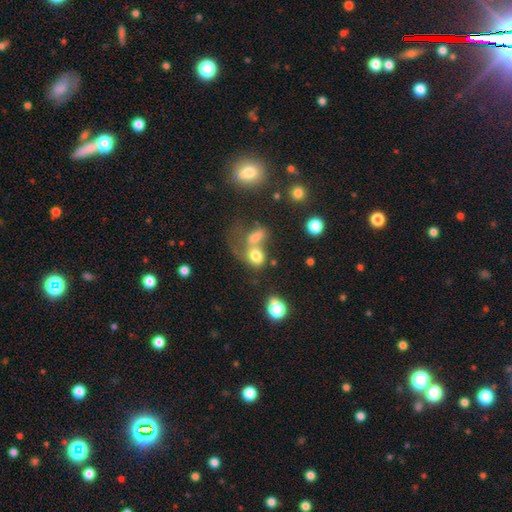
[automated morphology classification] A smooth galaxy with no disk features (72%) that is in between round and cigar-shaped (53%).

Vote fractions:
- Smooth or featured? smooth: 72% / star or artifact: 14% / featured or disk: 14%
- How rounded? in between: 53% / round: 45% / cigar-shaped: 2%
- Merging? merger: 55% / none: 23% / major disturbance: 13% / minor disturbance: 9%